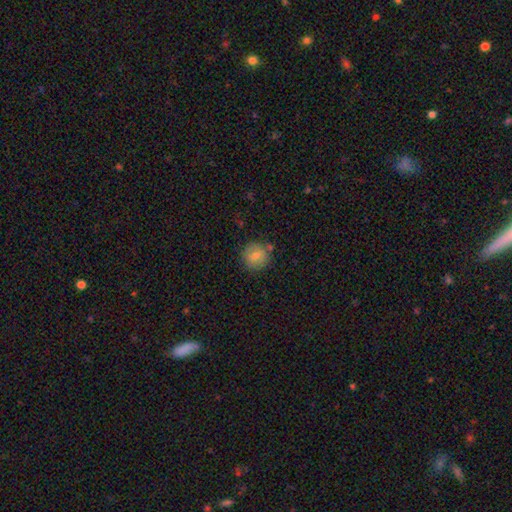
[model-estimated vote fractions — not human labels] Overall: smooth (74%). How rounded: round (91%). Merging: none (84%).